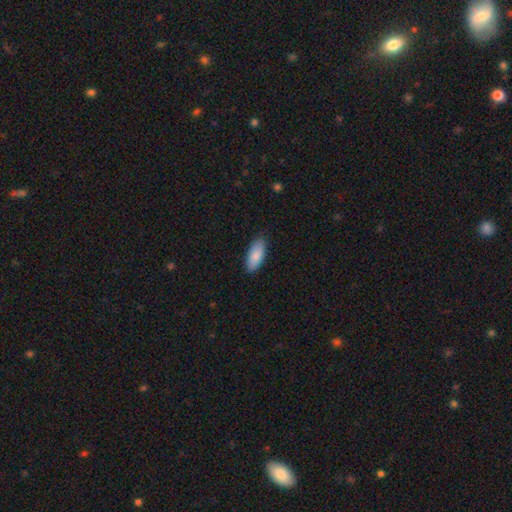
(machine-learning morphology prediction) Smooth or featured?
  - smooth: 86% *
  - featured or disk: 8%
  - star or artifact: 6%
How rounded?
  - in between: 86% *
  - cigar-shaped: 12%
  - round: 2%
Merging?
  - none: 84% *
  - minor disturbance: 13%
  - major disturbance: 2%
  - merger: 1%